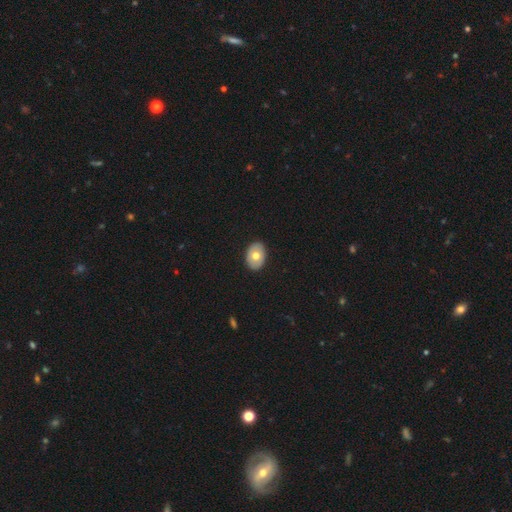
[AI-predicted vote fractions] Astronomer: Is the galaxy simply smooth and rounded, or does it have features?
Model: smooth — 68%.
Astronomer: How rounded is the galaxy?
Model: in between — 81%.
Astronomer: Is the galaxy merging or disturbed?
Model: none — 91%.